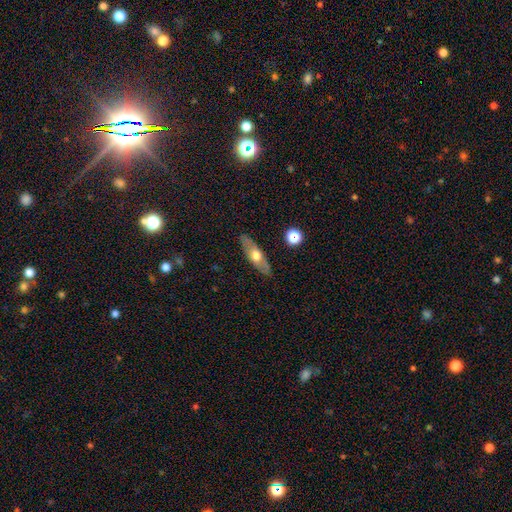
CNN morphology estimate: This is possibly a featured or disk galaxy (47%). Merging: clearly none (86%).